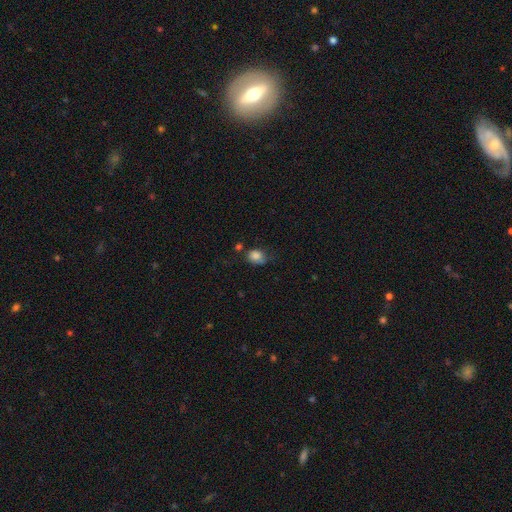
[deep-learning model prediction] Smooth or featured?
  - smooth: 83% *
  - star or artifact: 10%
  - featured or disk: 7%
How rounded?
  - round: 53% *
  - in between: 46%
  - cigar-shaped: 1%
Merging?
  - none: 46% *
  - minor disturbance: 33%
  - major disturbance: 14%
  - merger: 7%